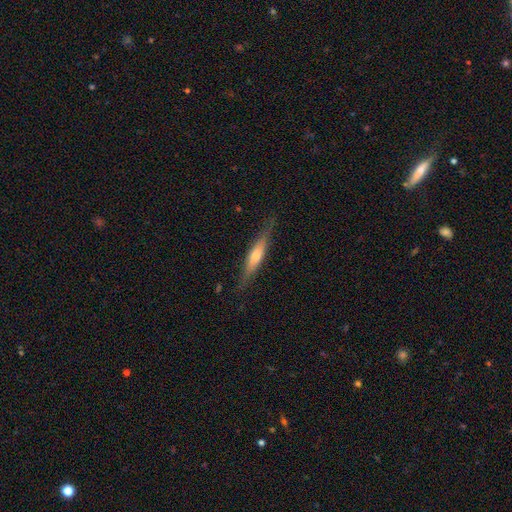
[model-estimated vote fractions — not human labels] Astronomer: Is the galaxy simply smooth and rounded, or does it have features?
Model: featured or disk — 53% (runner-up: smooth, 40%).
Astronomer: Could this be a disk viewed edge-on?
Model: yes — 93%.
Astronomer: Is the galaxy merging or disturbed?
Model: none — 83%.